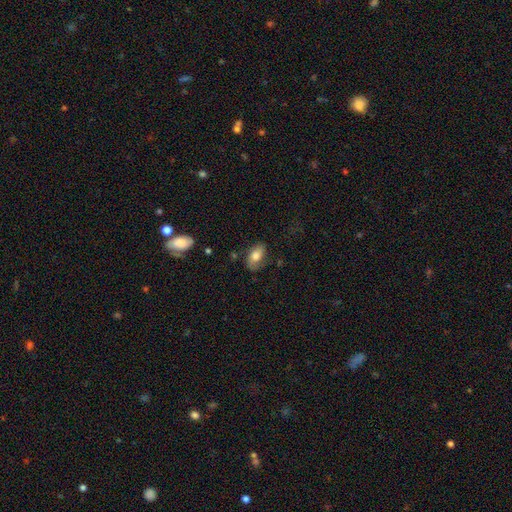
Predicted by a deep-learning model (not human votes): Smooth or featured?
  - smooth: 71% *
  - featured or disk: 22%
  - star or artifact: 7%
How rounded?
  - in between: 92% *
  - round: 6%
  - cigar-shaped: 3%
Merging?
  - none: 61% *
  - minor disturbance: 26%
  - major disturbance: 10%
  - merger: 2%